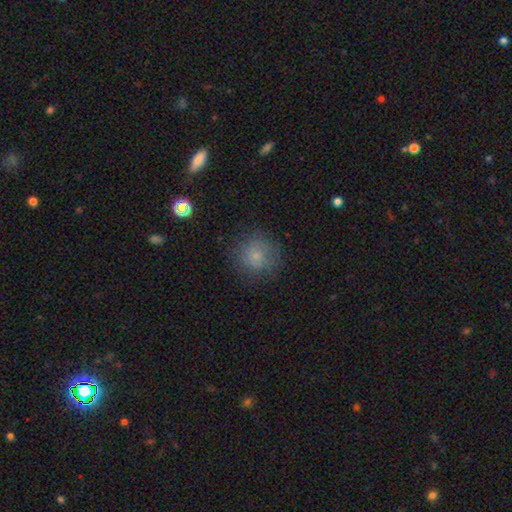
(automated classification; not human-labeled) Overall: smooth (76%). How rounded: round (91%). Merging: none (77%).